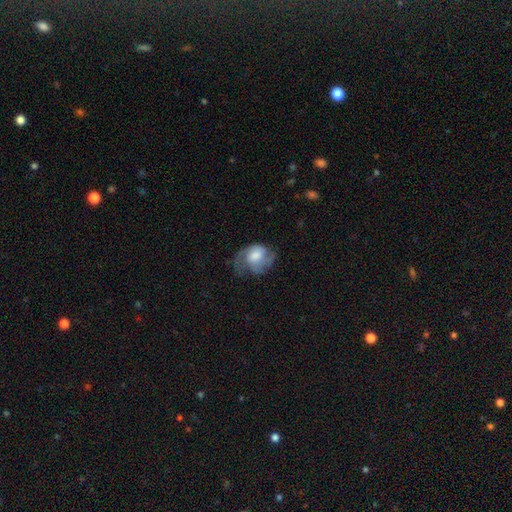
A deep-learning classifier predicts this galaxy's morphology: The model was most divided on "bulge size": moderate: 39%, large: 35%, small: 13%, none: 8%, dominant: 4%. Remaining: edge-on disk — no (97%); spiral arms — yes (81%); bar — no (65%); smooth or featured — featured or disk (52%); merging — none (41%).